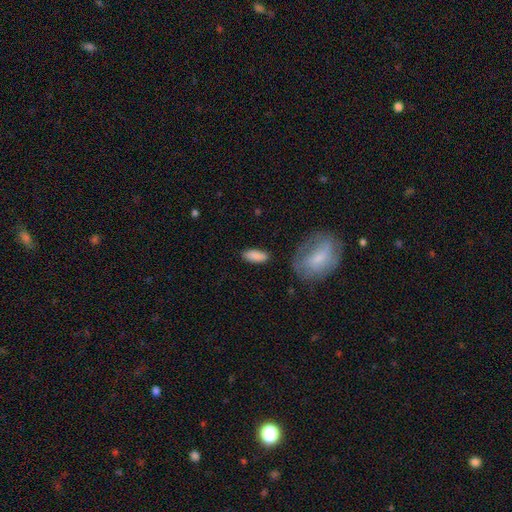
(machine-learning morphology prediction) Smooth or featured?
  - smooth: 88% *
  - featured or disk: 6%
  - star or artifact: 6%
How rounded?
  - in between: 79% *
  - cigar-shaped: 18%
  - round: 2%
Merging?
  - none: 82% *
  - minor disturbance: 12%
  - major disturbance: 3%
  - merger: 3%